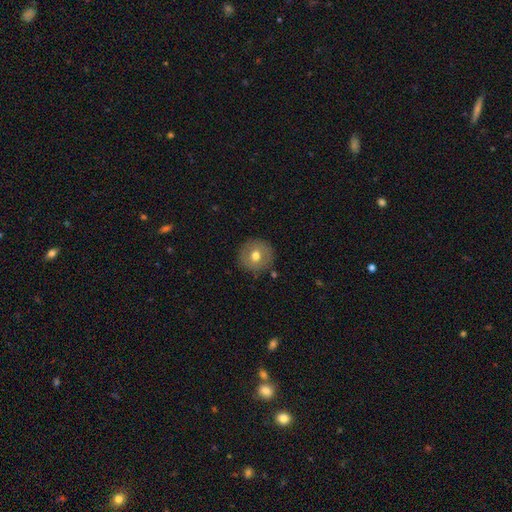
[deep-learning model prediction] The model was most divided on "smooth or featured": smooth: 66%, featured or disk: 25%, star or artifact: 9%. More confident: how rounded — round (95%); merging — none (88%).